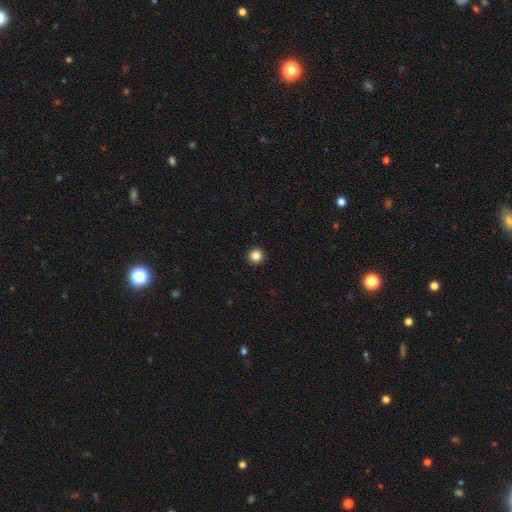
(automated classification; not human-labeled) The model was most divided on "smooth or featured": smooth: 84%, star or artifact: 11%, featured or disk: 4%. More confident: how rounded — round (97%); merging — none (94%).